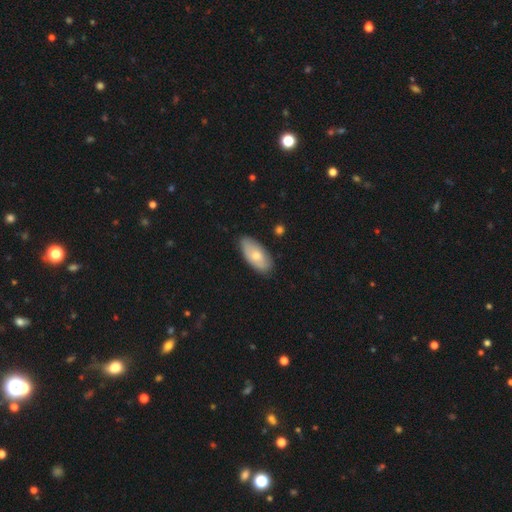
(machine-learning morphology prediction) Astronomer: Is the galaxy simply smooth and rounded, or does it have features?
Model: smooth — 65%.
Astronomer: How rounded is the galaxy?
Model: in between — 92%.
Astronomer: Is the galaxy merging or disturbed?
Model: none — 79%.